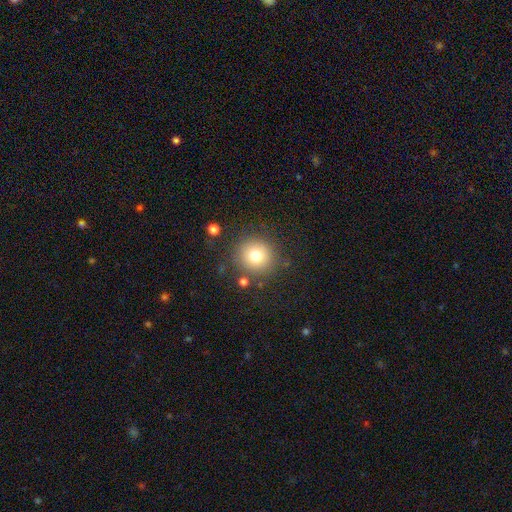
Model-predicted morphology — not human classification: smooth-or-featured: smooth: 77% | star or artifact: 12% | featured or disk: 11%
  how-rounded: round: 93% | in between: 6% | cigar-shaped: 1%
  merging: none: 84% | minor disturbance: 9% | major disturbance: 4% | merger: 4%